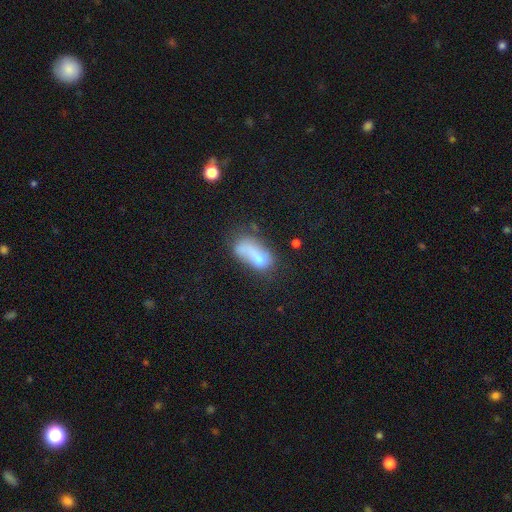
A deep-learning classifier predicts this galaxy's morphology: Smooth or featured? smooth (63%)
How rounded? in between (84%)
Merging? major disturbance (28%)